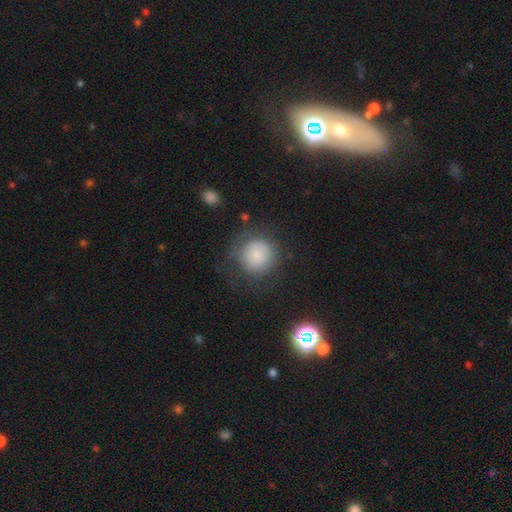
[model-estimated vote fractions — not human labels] Overall: smooth (78%). How rounded: round (93%). Merging: none (67%).